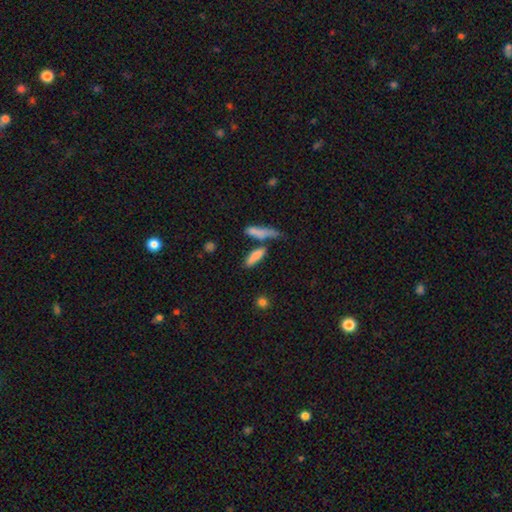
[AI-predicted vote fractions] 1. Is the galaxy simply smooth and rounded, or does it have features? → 78% smooth, 13% featured or disk, 8% star or artifact.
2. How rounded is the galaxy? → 60% cigar-shaped, 37% in between, 3% round.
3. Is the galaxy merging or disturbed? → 52% none, 28% merger, 13% minor disturbance, 6% major disturbance.